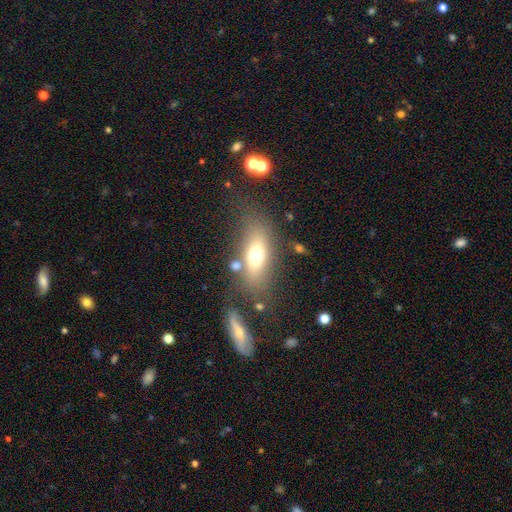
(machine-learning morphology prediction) Q: Smooth or featured?
A: smooth (63%); runner-up: featured or disk (26%)
Q: How rounded?
A: in between (72%); runner-up: cigar-shaped (21%)
Q: Merging?
A: none (67%); runner-up: minor disturbance (15%)